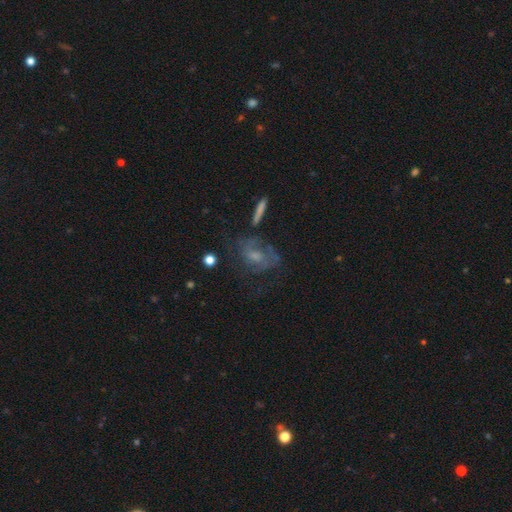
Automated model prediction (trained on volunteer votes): Smooth or featured? Predicted: featured or disk (p=0.59). Edge-on disk? Predicted: no (p=0.93). Bar? Predicted: no (p=0.66). Spiral arms? Predicted: yes (p=0.61). Bulge size? Predicted: moderate (p=0.41). Merging? Predicted: none (p=0.46).